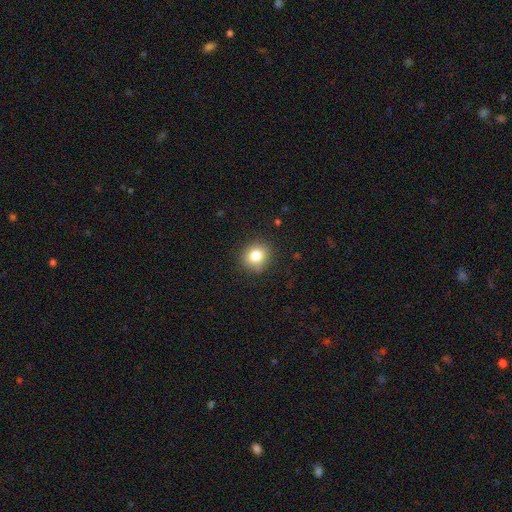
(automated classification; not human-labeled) The model was most divided on "how rounded": round: 77%, in between: 22%, cigar-shaped: 1%. More confident: merging — none (86%); smooth or featured — smooth (81%).